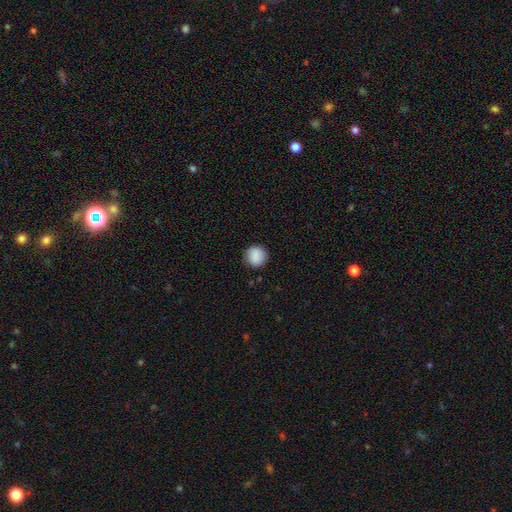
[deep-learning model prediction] Smooth or featured? smooth (88%)
How rounded? round (92%)
Merging? none (89%)